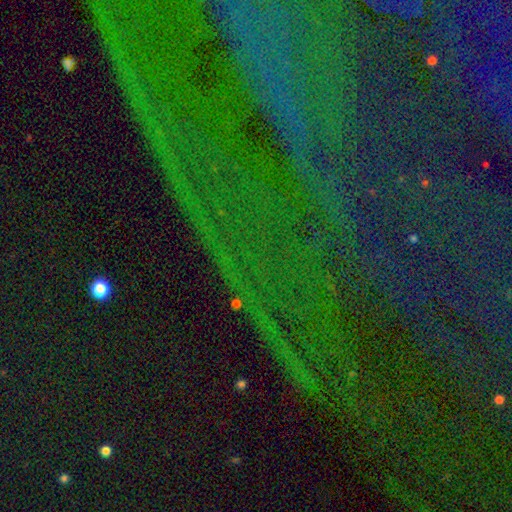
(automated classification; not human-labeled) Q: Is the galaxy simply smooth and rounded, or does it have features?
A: star or artifact — 84%.